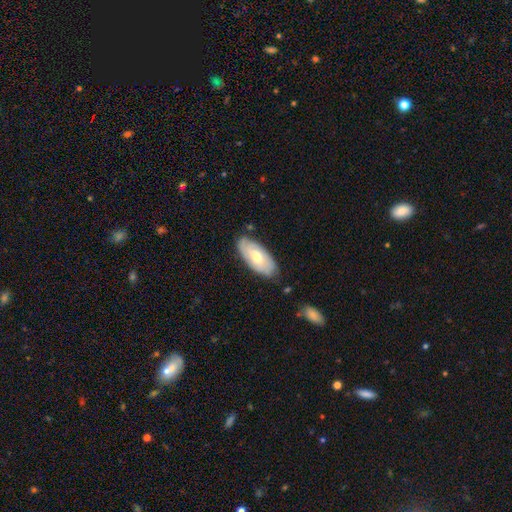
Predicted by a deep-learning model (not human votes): Smooth or featured? smooth (55%)
How rounded? in between (89%)
Merging? none (78%)